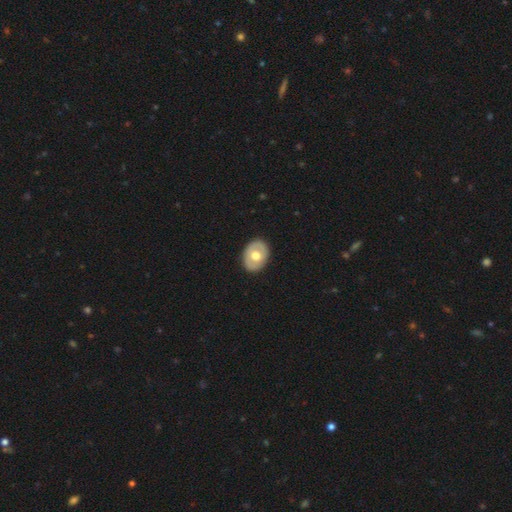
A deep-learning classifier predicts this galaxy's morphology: Smooth or featured: smooth — 55% (featured or disk — 40%)
How rounded: in between — 66% (round — 33%)
Merging: none — 88% (minor disturbance — 9%)